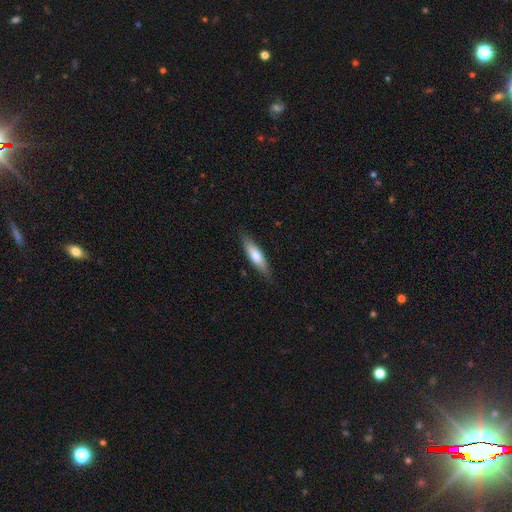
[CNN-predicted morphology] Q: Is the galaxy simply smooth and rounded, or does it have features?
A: smooth — 65%.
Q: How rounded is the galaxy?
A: cigar-shaped — 62%.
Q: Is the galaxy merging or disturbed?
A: none — 84%.